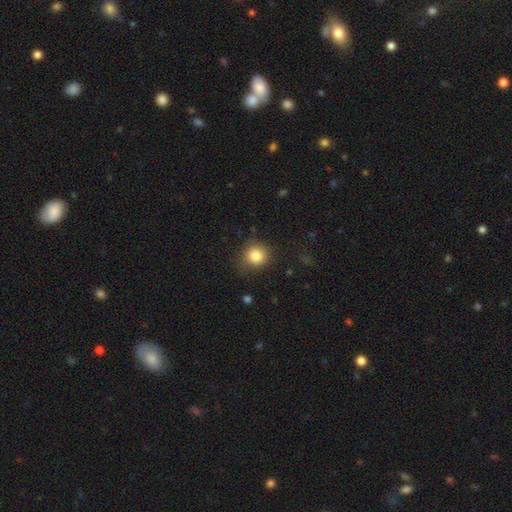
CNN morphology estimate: The model was most divided on "merging": none: 80%, minor disturbance: 14%, major disturbance: 4%, merger: 1%. More confident: how rounded — round (88%); smooth or featured — smooth (83%).